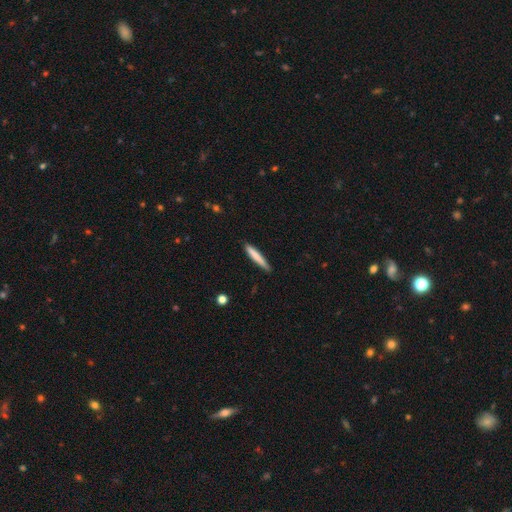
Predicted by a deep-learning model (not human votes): This appears to be a smooth galaxy with no disk features (75%) that is cigar-shaped (94%). Merging: none (85%).